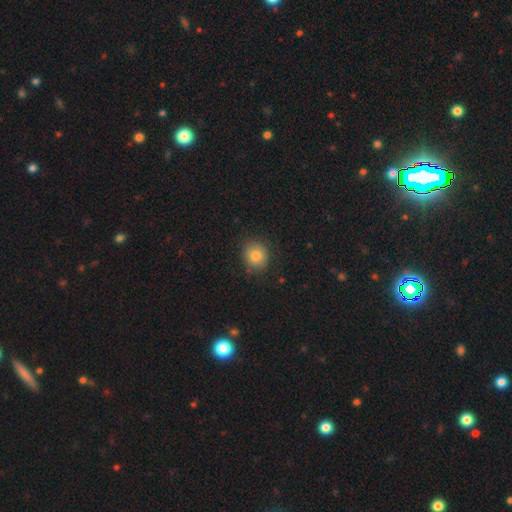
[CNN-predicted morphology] Smooth or featured: smooth — 82% (star or artifact — 10%)
How rounded: round — 80% (in between — 19%)
Merging: none — 83% (minor disturbance — 12%)